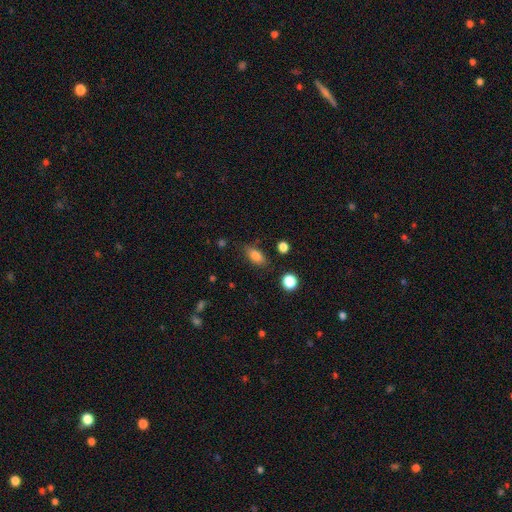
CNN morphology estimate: This is clearly a smooth galaxy (82%). How rounded: clearly in between (85%). Merging: clearly none (80%).